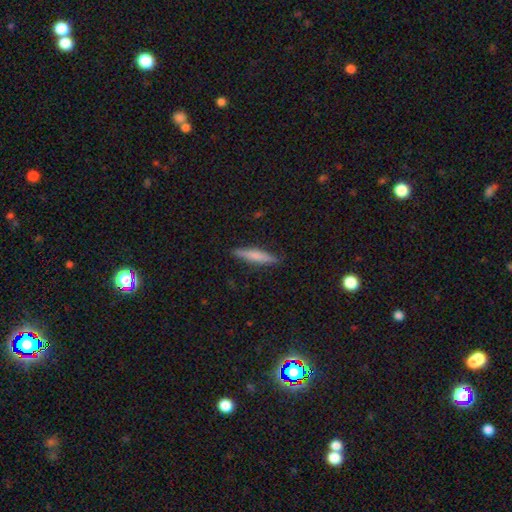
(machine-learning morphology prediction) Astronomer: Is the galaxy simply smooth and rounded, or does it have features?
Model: smooth — 66%.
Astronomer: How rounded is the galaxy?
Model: cigar-shaped — 88%.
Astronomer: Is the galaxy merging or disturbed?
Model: none — 88%.